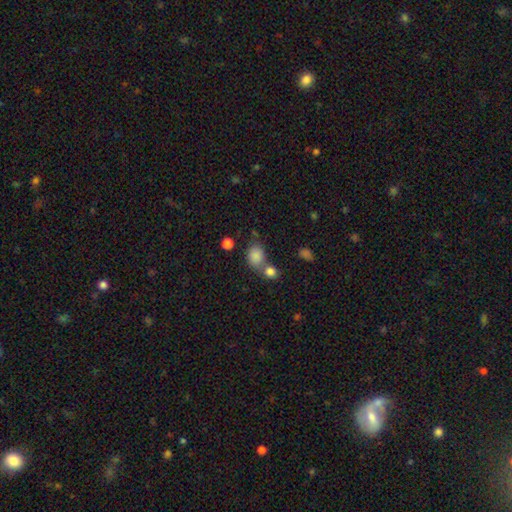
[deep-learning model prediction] Q: Smooth or featured?
A: smooth (84%); runner-up: star or artifact (10%)
Q: How rounded?
A: in between (53%); runner-up: round (46%)
Q: Merging?
A: none (47%); runner-up: merger (35%)